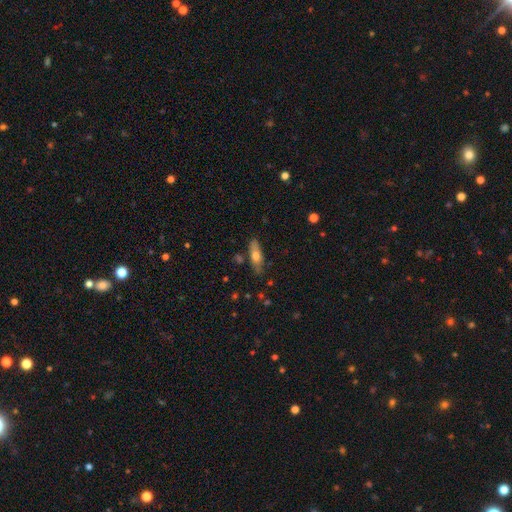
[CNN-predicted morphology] smooth-or-featured: smooth: 62% | featured or disk: 31% | star or artifact: 7%
  how-rounded: in between: 51% | cigar-shaped: 46% | round: 3%
  merging: none: 75% | minor disturbance: 17% | major disturbance: 4% | merger: 4%